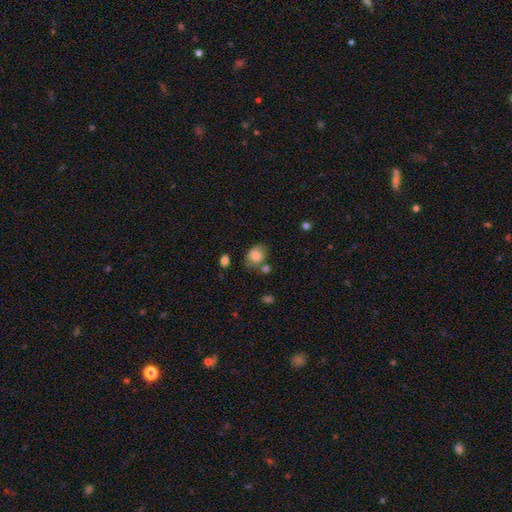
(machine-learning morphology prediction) Overall: smooth (79%). How rounded: in between (56%; round 43%). Merging: none (57%; minor disturbance 22%).